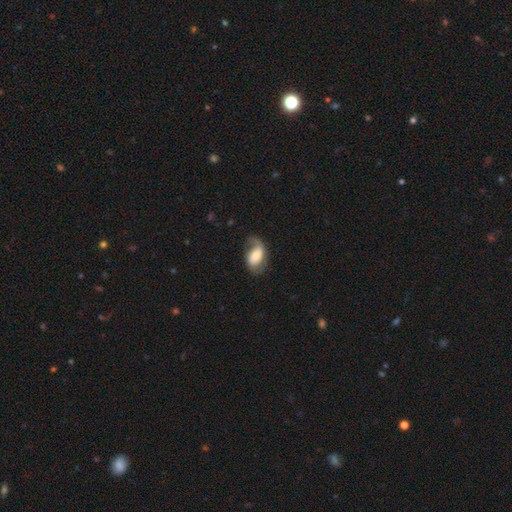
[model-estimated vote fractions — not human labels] The model was most divided on "bar": no: 40%, weak: 37%, strong: 23%. More confident: edge-on disk — no (95%); spiral arms — yes (82%); smooth or featured — featured or disk (57%); merging — none (56%); bulge size — moderate (54%).